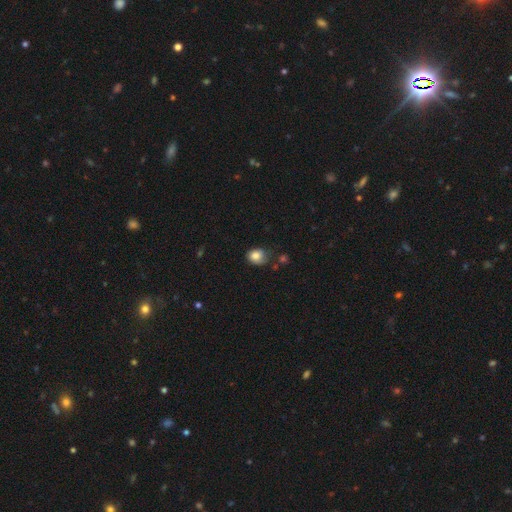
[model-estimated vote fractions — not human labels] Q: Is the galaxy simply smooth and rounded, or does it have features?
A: smooth — 83%.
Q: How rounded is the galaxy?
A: round — 55%.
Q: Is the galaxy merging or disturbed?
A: none — 54%.